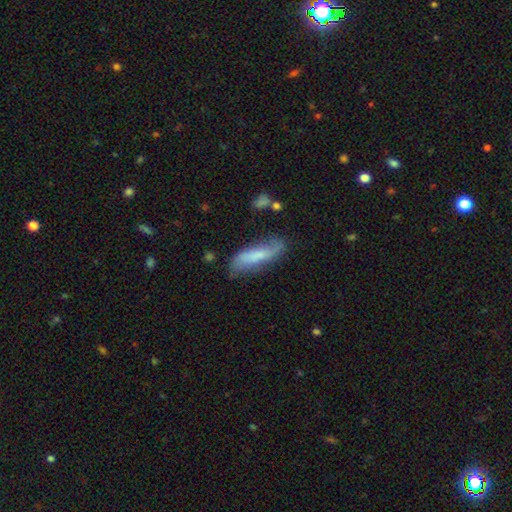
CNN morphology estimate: Q: Smooth or featured?
A: smooth (58%); runner-up: featured or disk (36%)
Q: How rounded?
A: cigar-shaped (59%); runner-up: in between (39%)
Q: Merging?
A: none (59%); runner-up: minor disturbance (28%)